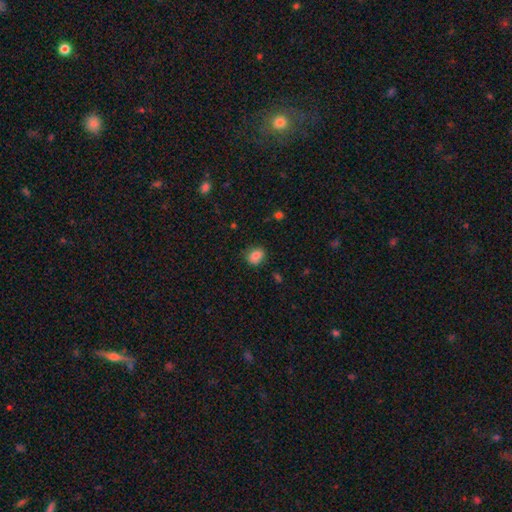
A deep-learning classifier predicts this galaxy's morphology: smooth_or_featured: smooth (p=0.82) [alt: star or artifact p=0.10]
how_rounded: round (p=0.54) [alt: in between p=0.45]
merging: none (p=0.81) [alt: minor disturbance p=0.14]